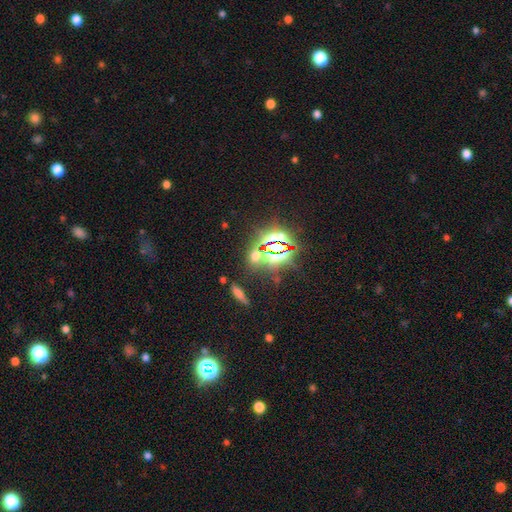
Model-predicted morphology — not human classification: Smooth or featured: star or artifact — 64% (smooth — 27%)